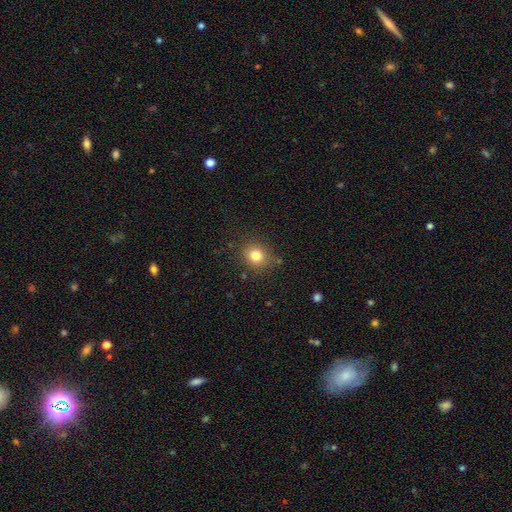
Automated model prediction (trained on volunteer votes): Smooth or featured? Predicted: smooth (p=0.80). How rounded? Predicted: round (p=0.73). Merging? Predicted: none (p=0.81).